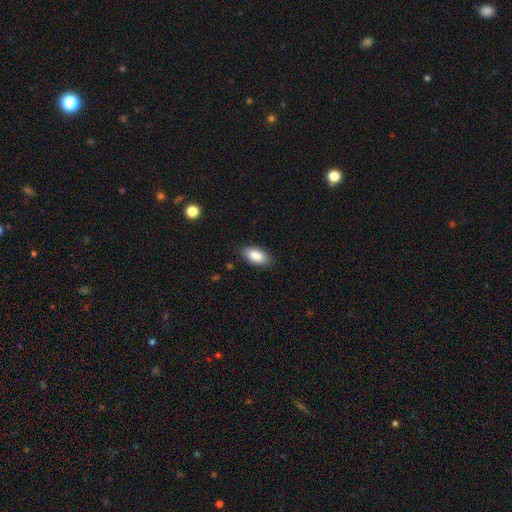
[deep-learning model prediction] A smooth galaxy with no disk features (88%) that is in between round and cigar-shaped (92%).

Vote fractions:
- Smooth or featured? smooth: 88% / star or artifact: 7% / featured or disk: 5%
- How rounded? in between: 92% / cigar-shaped: 6% / round: 2%
- Merging? none: 86% / minor disturbance: 11% / major disturbance: 2% / merger: 1%